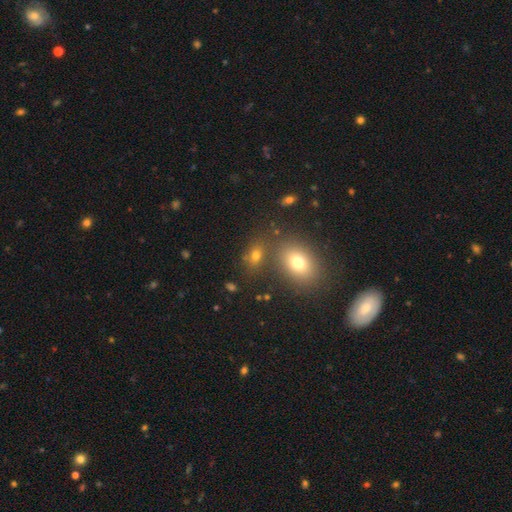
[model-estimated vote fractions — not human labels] Q: Smooth or featured?
A: smooth (67%); runner-up: star or artifact (20%)
Q: How rounded?
A: in between (70%); runner-up: round (27%)
Q: Merging?
A: none (67%); runner-up: merger (17%)